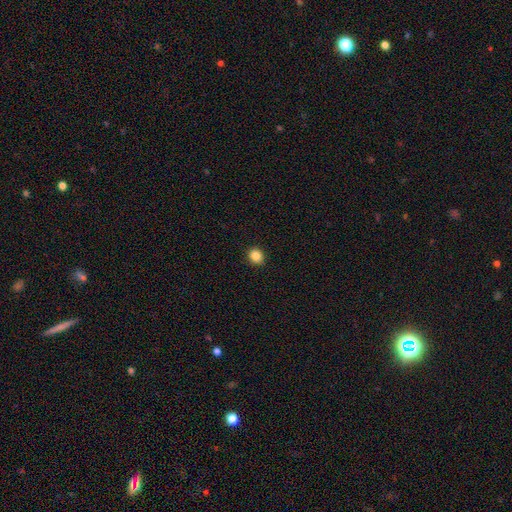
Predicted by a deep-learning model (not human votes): This appears to be a smooth galaxy with no disk features (86%) that is round (67%). Merging: none (92%).